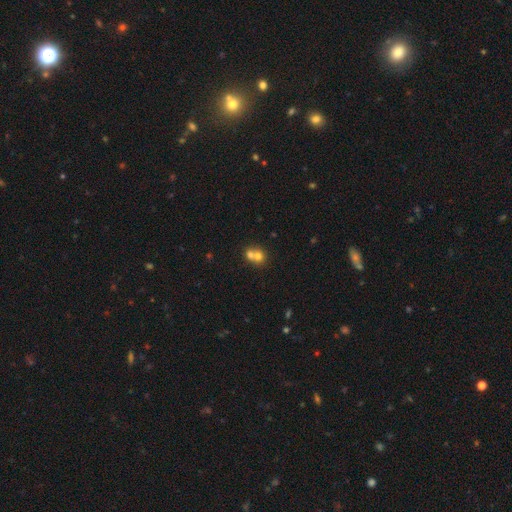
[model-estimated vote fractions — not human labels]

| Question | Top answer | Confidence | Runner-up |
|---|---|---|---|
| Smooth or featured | smooth | 68% | featured or disk (20%) |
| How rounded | round | 75% | in between (24%) |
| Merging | merger | 64% | none (29%) |